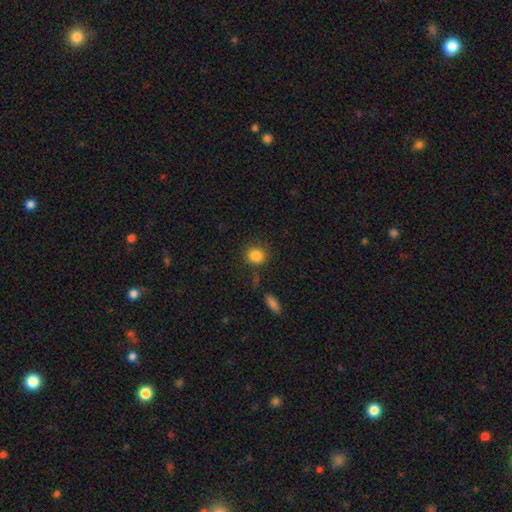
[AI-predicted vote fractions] A smooth galaxy with no disk features (85%) that is round (82%).

Vote fractions:
- Smooth or featured? smooth: 85% / star or artifact: 10% / featured or disk: 5%
- How rounded? round: 82% / in between: 17% / cigar-shaped: 1%
- Merging? none: 81% / minor disturbance: 11% / merger: 4% / major disturbance: 4%